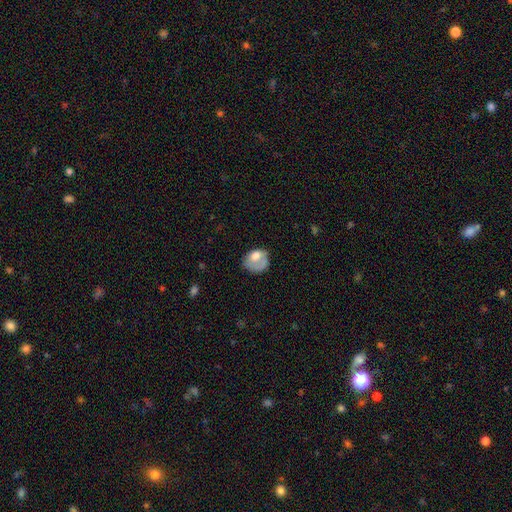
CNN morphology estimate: A smooth galaxy with no disk features (63%) that is in between round and cigar-shaped (52%). Merging: major disturbance (34%, tied with none).